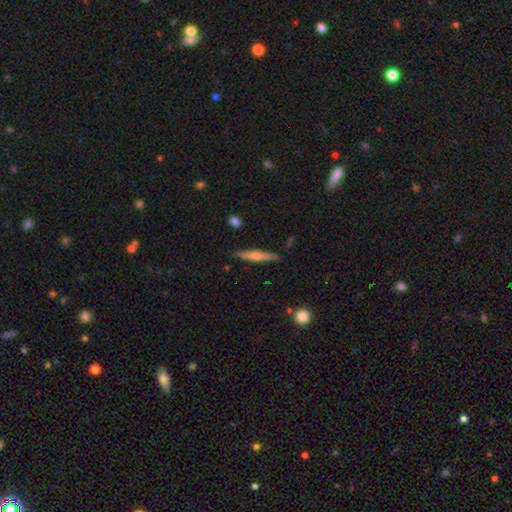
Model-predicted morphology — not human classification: featured or disk 49%, smooth 44%, star or artifact 6%. Down the decision tree: merging — none (87%).